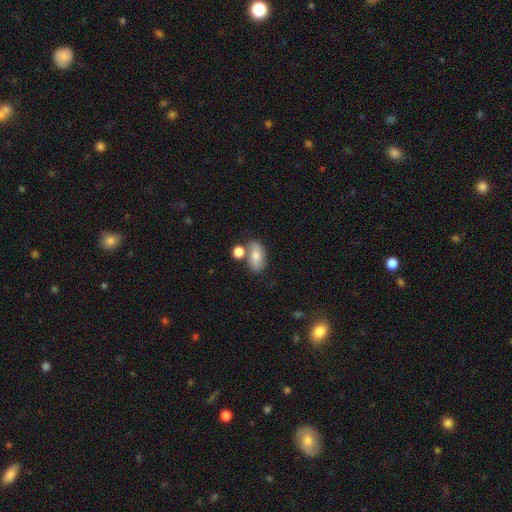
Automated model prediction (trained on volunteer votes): Morphology: type=smooth (74%); roundness=in between (87%); merging=none (58%).